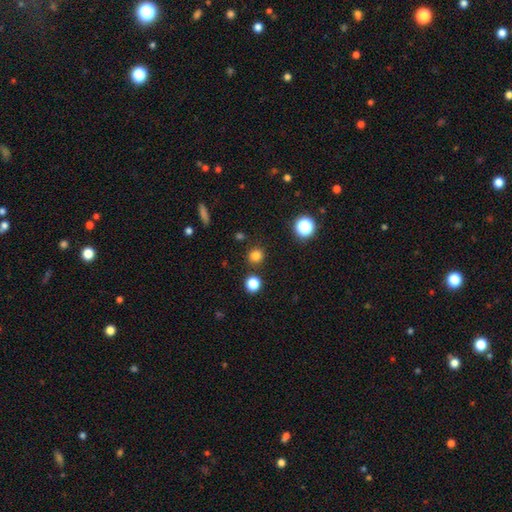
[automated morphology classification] Q: Smooth or featured?
A: smooth (80%); runner-up: star or artifact (16%)
Q: How rounded?
A: round (91%); runner-up: in between (8%)
Q: Merging?
A: none (88%); runner-up: minor disturbance (6%)